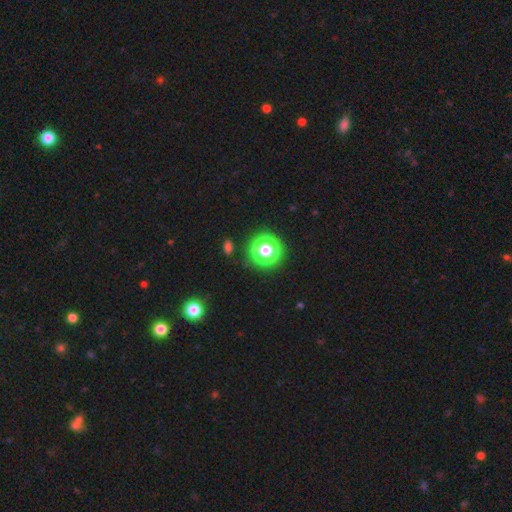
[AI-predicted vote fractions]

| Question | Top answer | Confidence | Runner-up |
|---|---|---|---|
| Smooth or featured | star or artifact | 66% | smooth (28%) |